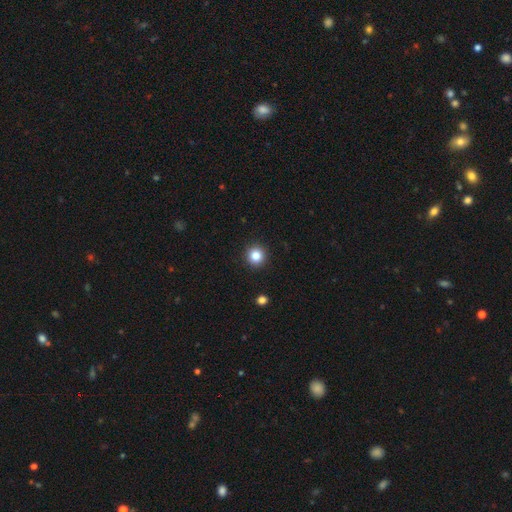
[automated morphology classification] A smooth galaxy with no disk features (84%) that is round (95%).

Vote fractions:
- Smooth or featured? smooth: 84% / star or artifact: 11% / featured or disk: 5%
- How rounded? round: 95% / in between: 4% / cigar-shaped: 1%
- Merging? none: 93% / minor disturbance: 4% / major disturbance: 2% / merger: 1%